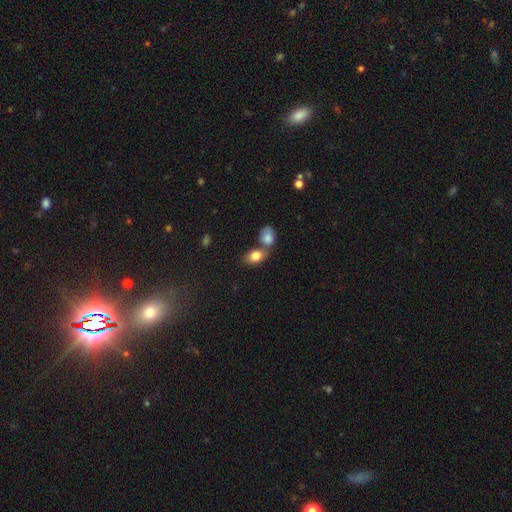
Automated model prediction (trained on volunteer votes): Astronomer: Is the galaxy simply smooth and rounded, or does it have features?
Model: smooth — 82%.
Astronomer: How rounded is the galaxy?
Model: in between — 81%.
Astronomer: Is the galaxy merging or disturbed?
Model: merger — 49% (runner-up: none, 37%).